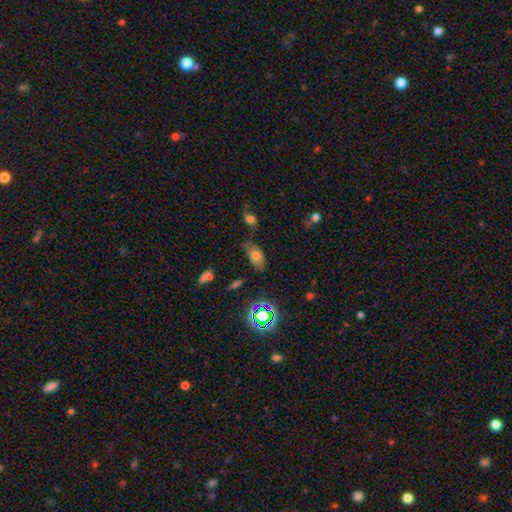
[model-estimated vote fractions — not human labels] Smooth or featured? smooth (66%)
How rounded? in between (88%)
Merging? none (56%)